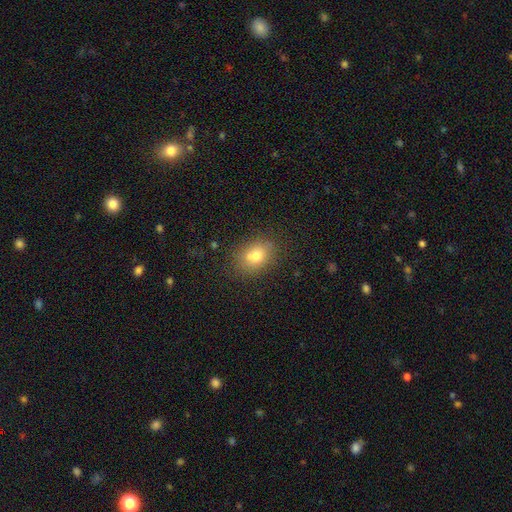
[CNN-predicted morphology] Q: Smooth or featured?
A: smooth (75%); runner-up: featured or disk (14%)
Q: How rounded?
A: in between (61%); runner-up: round (38%)
Q: Merging?
A: none (68%); runner-up: minor disturbance (16%)